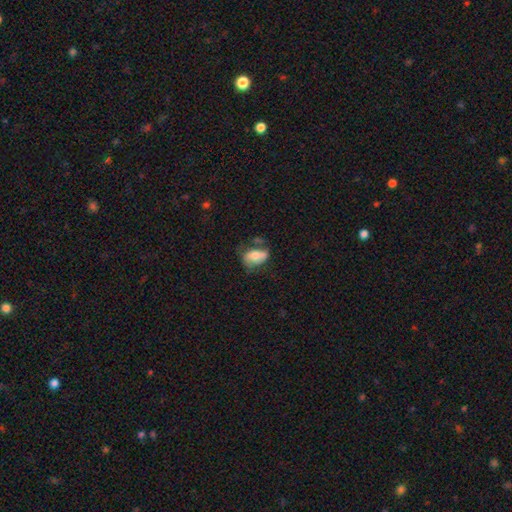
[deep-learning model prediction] Smooth or featured?
  - smooth: 60% *
  - featured or disk: 32%
  - star or artifact: 8%
How rounded?
  - in between: 85% *
  - round: 13%
  - cigar-shaped: 2%
Merging?
  - none: 40% *
  - minor disturbance: 29%
  - major disturbance: 18%
  - merger: 13%